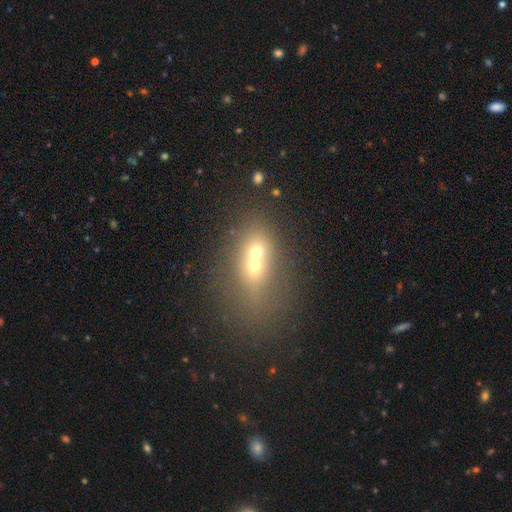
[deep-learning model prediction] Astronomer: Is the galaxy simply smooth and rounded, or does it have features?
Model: smooth — 54% (runner-up: featured or disk, 30%).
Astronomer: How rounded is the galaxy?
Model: in between — 55% (runner-up: round, 42%).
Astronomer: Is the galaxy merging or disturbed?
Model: merger — 71%.